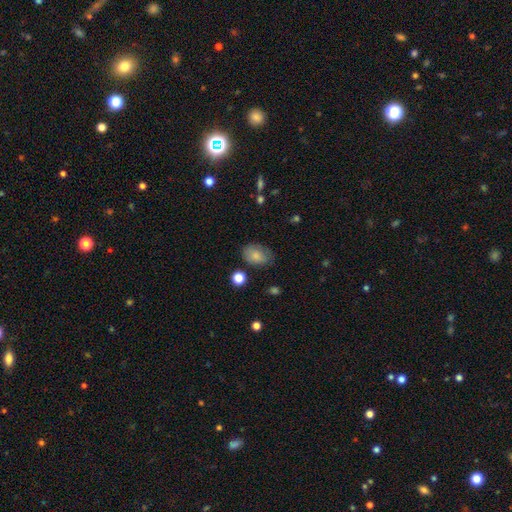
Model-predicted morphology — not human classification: This is clearly a smooth galaxy (80%). How rounded: clearly in between (82%). Merging: likely none (69%).